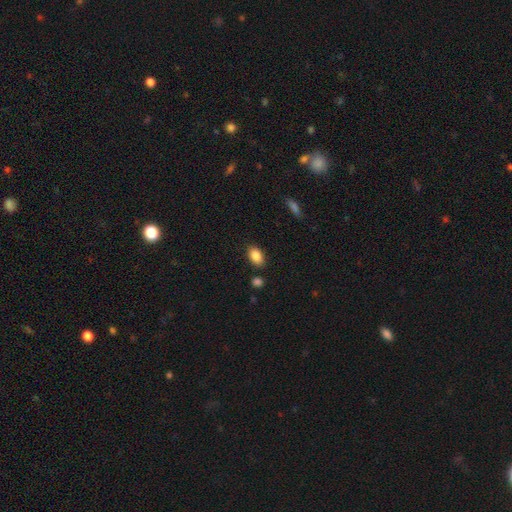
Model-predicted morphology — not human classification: This is clearly a smooth galaxy (87%). How rounded: clearly in between (89%). Merging: clearly none (84%).